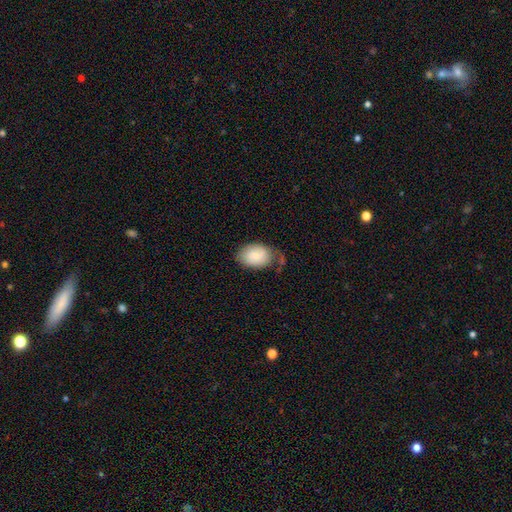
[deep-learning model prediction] smooth-or-featured: smooth: 83% | featured or disk: 11% | star or artifact: 6%
  how-rounded: in between: 83% | round: 16% | cigar-shaped: 1%
  merging: none: 57% | minor disturbance: 29% | major disturbance: 10% | merger: 5%